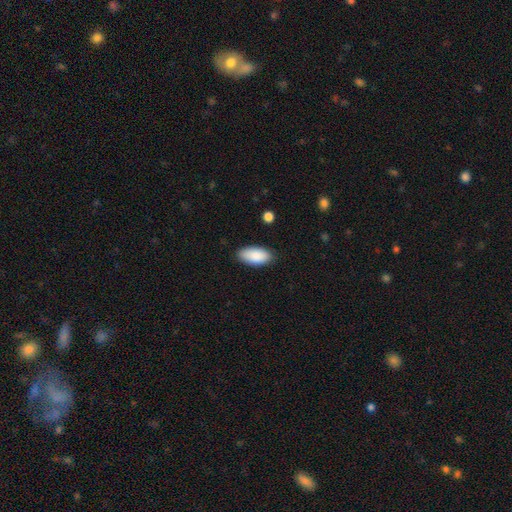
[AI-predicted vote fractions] smooth-or-featured: smooth: 88% | star or artifact: 6% | featured or disk: 6%
  how-rounded: in between: 94% | cigar-shaped: 4% | round: 2%
  merging: none: 85% | minor disturbance: 12% | major disturbance: 2% | merger: 1%